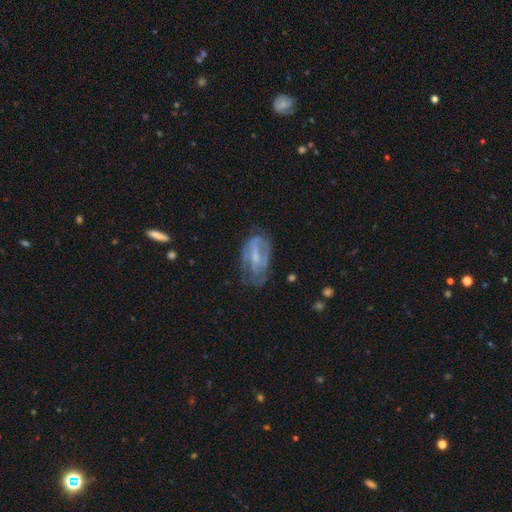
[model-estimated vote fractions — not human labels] A featured or disk galaxy (68%) with a weak bar (46%), spiral arms (65%) and a small central bulge (48%). Merging: none (51%).